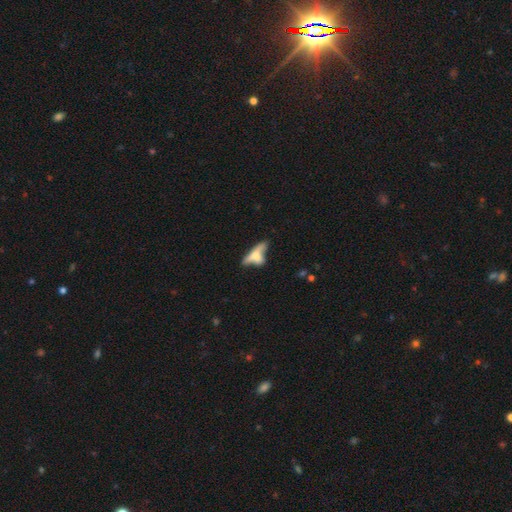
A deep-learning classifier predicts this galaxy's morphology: A smooth galaxy with no disk features (49%).

Vote fractions:
- Smooth or featured? smooth: 49% / featured or disk: 41% / star or artifact: 10%
- Merging? merger: 33% / none: 32% / major disturbance: 19% / minor disturbance: 17%